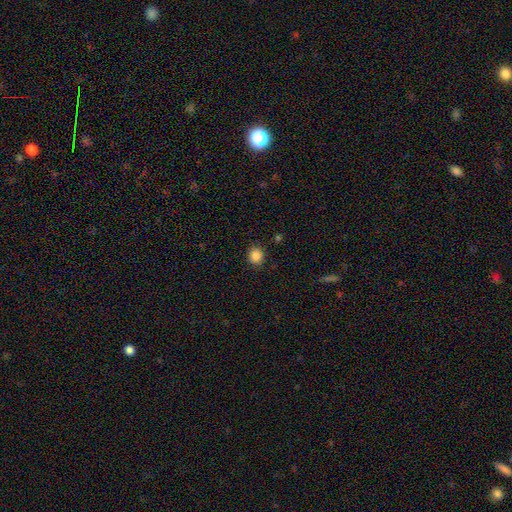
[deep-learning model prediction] A smooth galaxy with no disk features (86%) that is round (82%).

Vote fractions:
- Smooth or featured? smooth: 86% / star or artifact: 10% / featured or disk: 4%
- How rounded? round: 82% / in between: 17% / cigar-shaped: 1%
- Merging? none: 90% / minor disturbance: 7% / major disturbance: 2% / merger: 1%